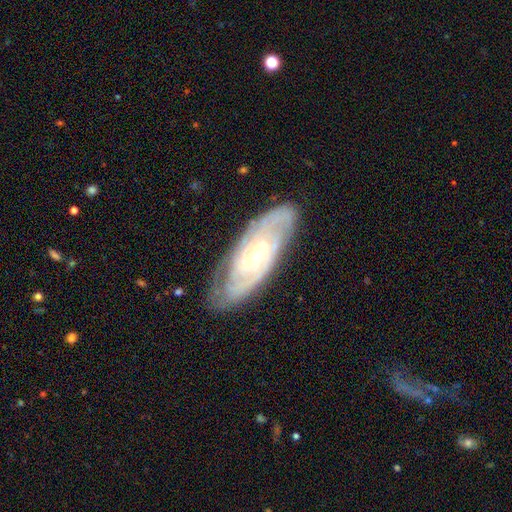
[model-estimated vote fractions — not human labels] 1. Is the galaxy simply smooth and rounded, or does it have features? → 83% featured or disk, 11% smooth, 6% star or artifact.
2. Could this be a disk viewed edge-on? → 89% no, 11% yes.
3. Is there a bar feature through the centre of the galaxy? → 55% no, 34% weak, 11% strong.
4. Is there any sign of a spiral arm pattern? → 93% yes, 7% no.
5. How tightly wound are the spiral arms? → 70% tight, 25% medium, 5% loose.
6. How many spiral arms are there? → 39% can't tell, 31% 2, 13% 3, 8% 4, 4% more than 4, 4% 1.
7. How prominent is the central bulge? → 66% small, 31% moderate, 1% large, 1% none, 1% dominant.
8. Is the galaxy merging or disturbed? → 79% none, 15% minor disturbance, 4% major disturbance, 1% merger.